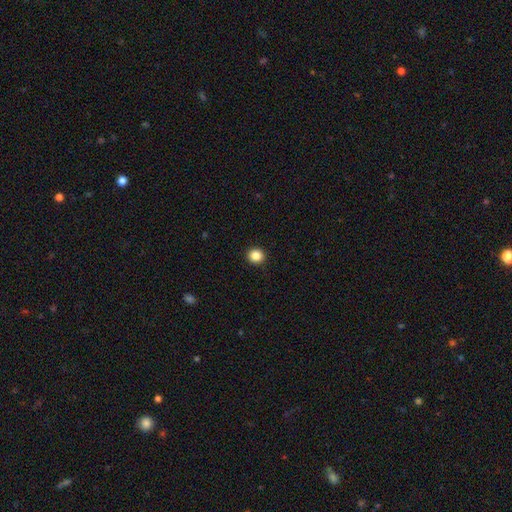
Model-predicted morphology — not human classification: Smooth or featured? Predicted: smooth (p=0.87). How rounded? Predicted: round (p=0.89). Merging? Predicted: none (p=0.93).